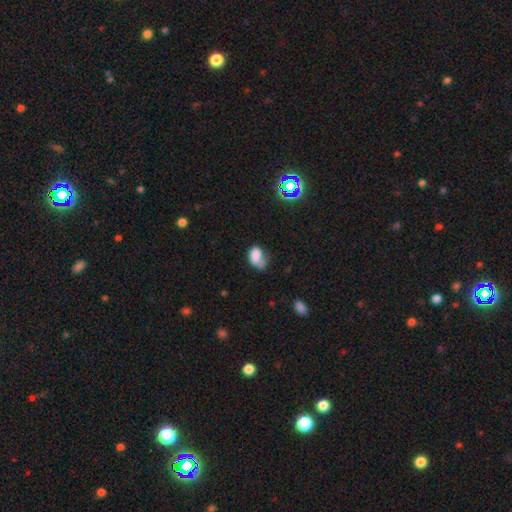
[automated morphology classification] smooth_or_featured: smooth (p=0.76) [alt: featured or disk p=0.13]
how_rounded: in between (p=0.83) [alt: round p=0.15]
merging: none (p=0.34) [alt: minor disturbance p=0.32]